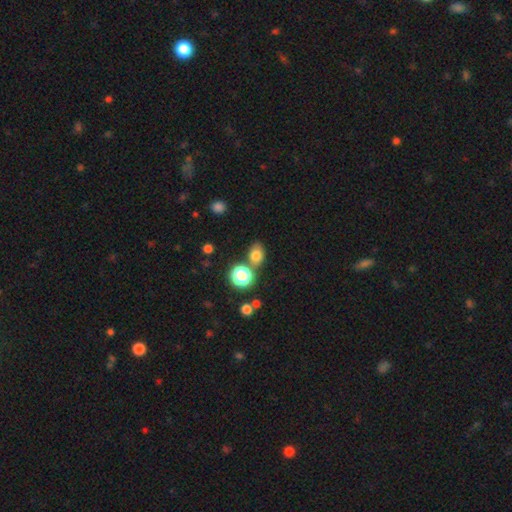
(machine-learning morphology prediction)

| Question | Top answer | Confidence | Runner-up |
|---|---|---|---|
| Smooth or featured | smooth | 75% | star or artifact (16%) |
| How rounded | in between | 58% | round (40%) |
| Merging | none | 66% | merger (16%) |